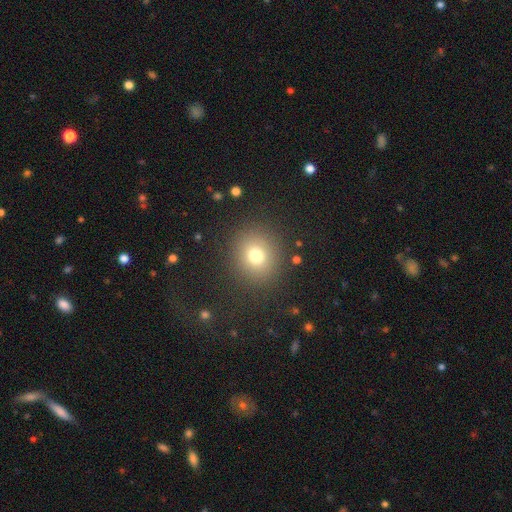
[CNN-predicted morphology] smooth_or_featured: smooth (p=0.74) [alt: star or artifact p=0.16]
how_rounded: round (p=0.85) [alt: in between p=0.15]
merging: none (p=0.87) [alt: minor disturbance p=0.07]